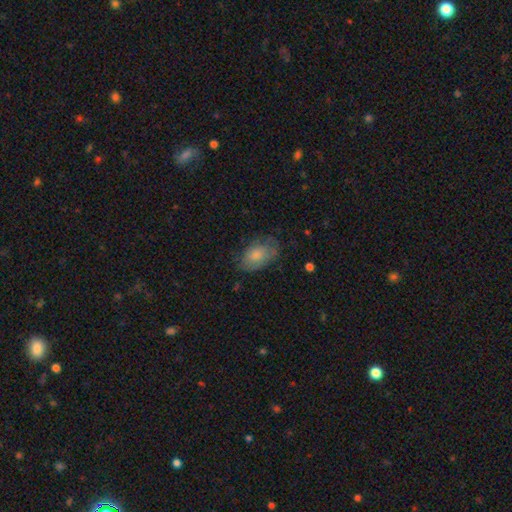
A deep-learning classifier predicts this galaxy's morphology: type=smooth (68%); roundness=in between (88%); merging=none (66%).